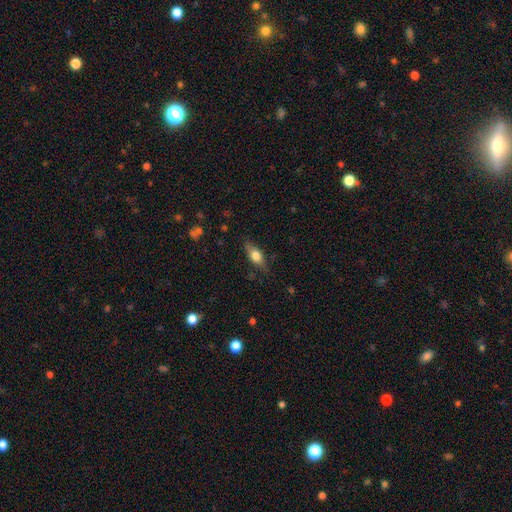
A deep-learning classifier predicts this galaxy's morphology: This appears to be a smooth galaxy with no disk features (60%) that is in between round and cigar-shaped (67%). Merging: none (79%).